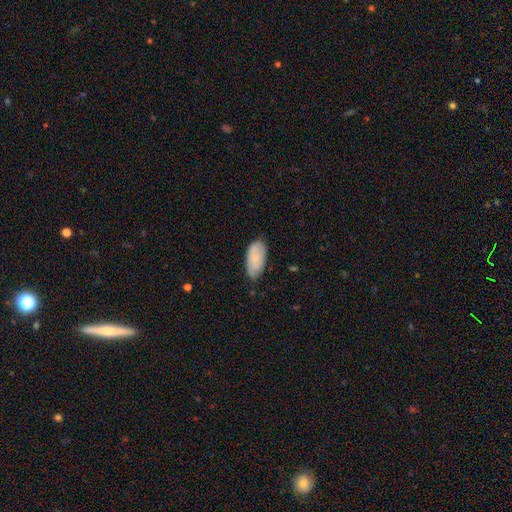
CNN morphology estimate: Smooth or featured?
  - smooth: 79% *
  - featured or disk: 15%
  - star or artifact: 6%
How rounded?
  - in between: 93% *
  - cigar-shaped: 5%
  - round: 2%
Merging?
  - none: 69% *
  - minor disturbance: 26%
  - major disturbance: 4%
  - merger: 1%